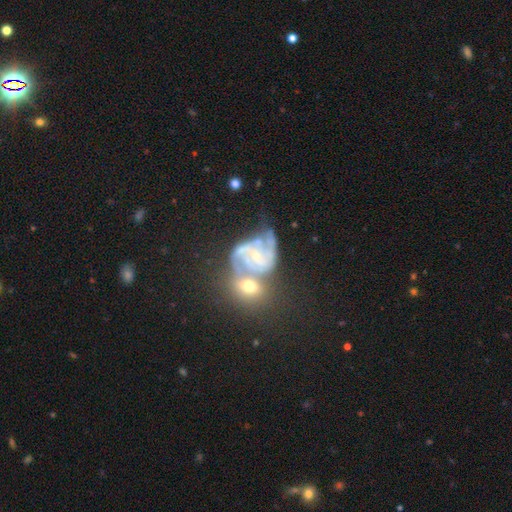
This appears to be a featured or disk galaxy (77%) with no bar (55%), 2 (43%) medium (43%) spiral arms (97%) and a small central bulge (69%). Merging: none (37%).